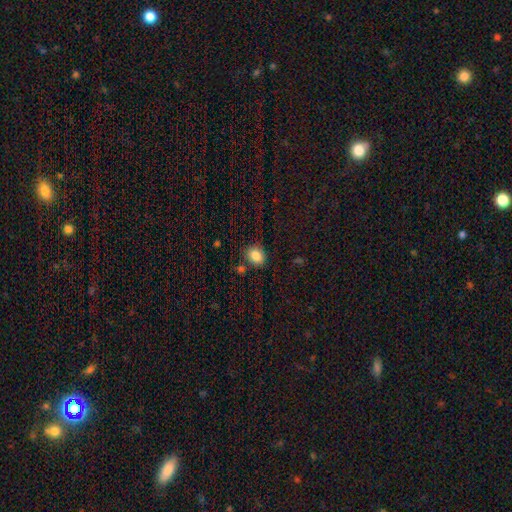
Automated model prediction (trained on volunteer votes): Smooth or featured? Predicted: smooth (p=0.84). How rounded? Predicted: in between (p=0.51). Merging? Predicted: none (p=0.79).